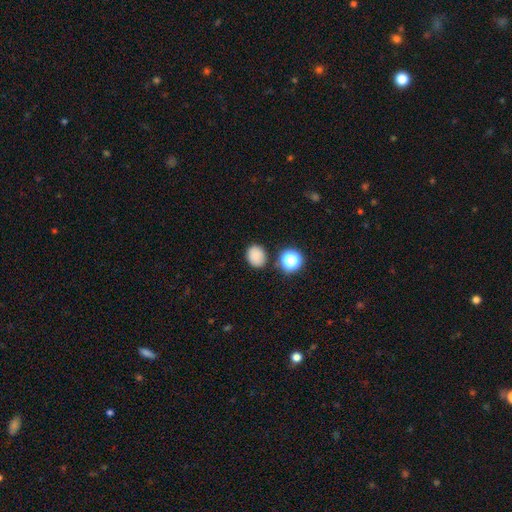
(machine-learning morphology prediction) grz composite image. It shows a smooth galaxy with no disk features (83%) that is round (53%). Merging: none (82%).